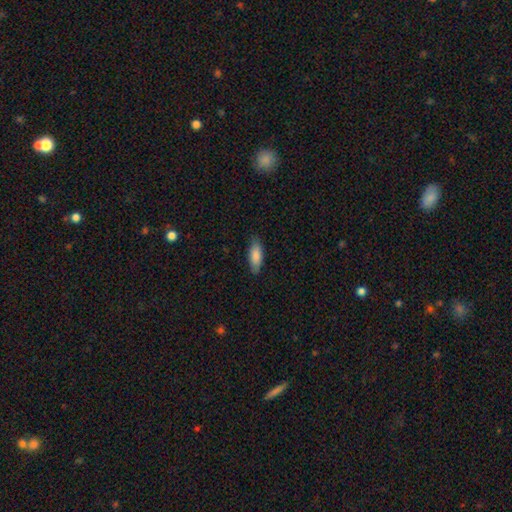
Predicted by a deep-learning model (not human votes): Q: Smooth or featured?
A: smooth (85%); runner-up: featured or disk (9%)
Q: How rounded?
A: in between (68%); runner-up: cigar-shaped (30%)
Q: Merging?
A: none (84%); runner-up: minor disturbance (13%)